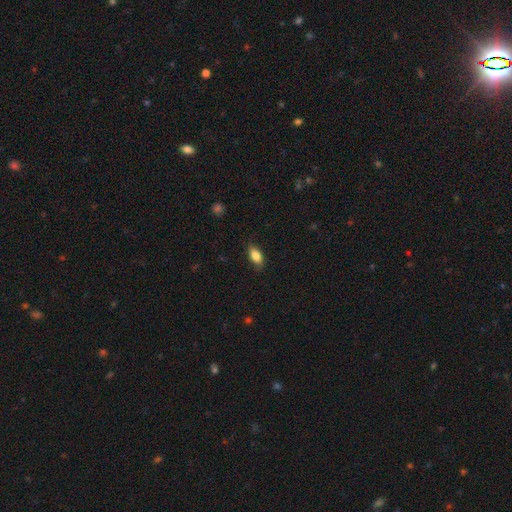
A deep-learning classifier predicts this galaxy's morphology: Smooth or featured?
  - smooth: 83% *
  - featured or disk: 9%
  - star or artifact: 7%
How rounded?
  - in between: 88% *
  - cigar-shaped: 8%
  - round: 5%
Merging?
  - none: 79% *
  - minor disturbance: 16%
  - major disturbance: 3%
  - merger: 1%